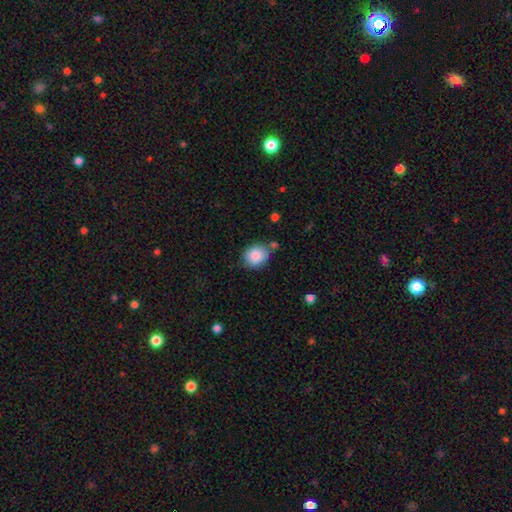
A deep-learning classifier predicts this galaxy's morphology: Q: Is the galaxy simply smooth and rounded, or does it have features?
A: smooth — 87%.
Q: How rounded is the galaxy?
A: round — 65%.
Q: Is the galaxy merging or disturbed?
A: none — 73%.